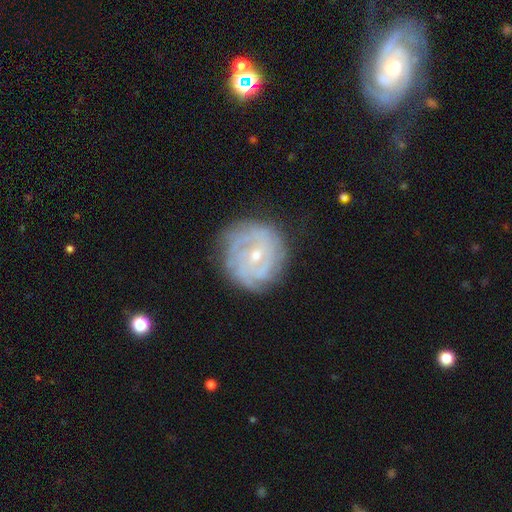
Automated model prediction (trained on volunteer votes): This appears to be a featured or disk galaxy (76%) with no bar (62%), tight (72%) spiral arms (87%) and a small central bulge (65%). Merging: none (76%).